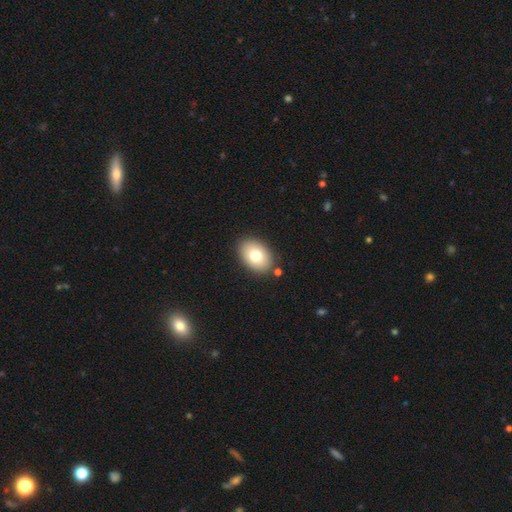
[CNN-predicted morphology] Q: Smooth or featured?
A: smooth (77%); runner-up: featured or disk (15%)
Q: How rounded?
A: in between (82%); runner-up: round (17%)
Q: Merging?
A: none (85%); runner-up: minor disturbance (9%)